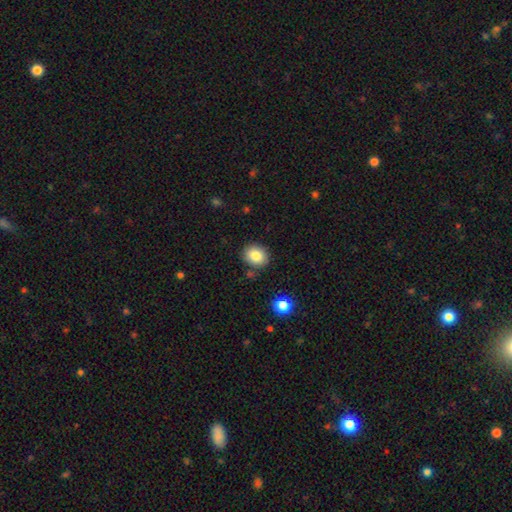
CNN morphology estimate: This is clearly a smooth galaxy (84%). How rounded: likely round (64%). Merging: clearly none (84%).